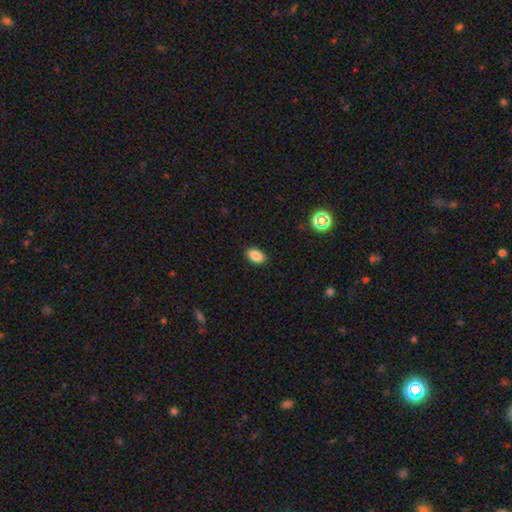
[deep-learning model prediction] Smooth or featured? smooth (86%)
How rounded? in between (89%)
Merging? none (89%)